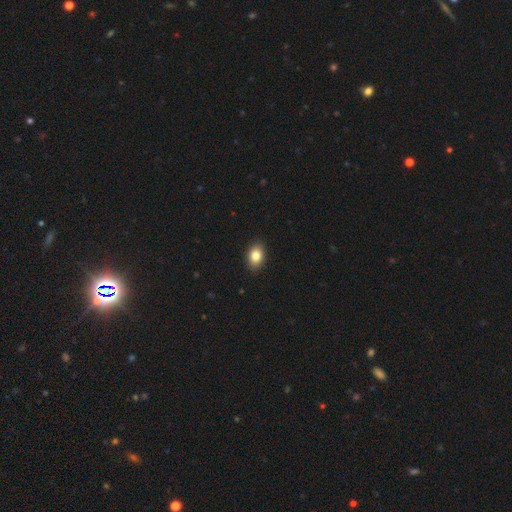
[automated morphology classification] Smooth or featured: smooth — 85% (star or artifact — 8%)
How rounded: in between — 81% (round — 18%)
Merging: none — 89% (minor disturbance — 8%)